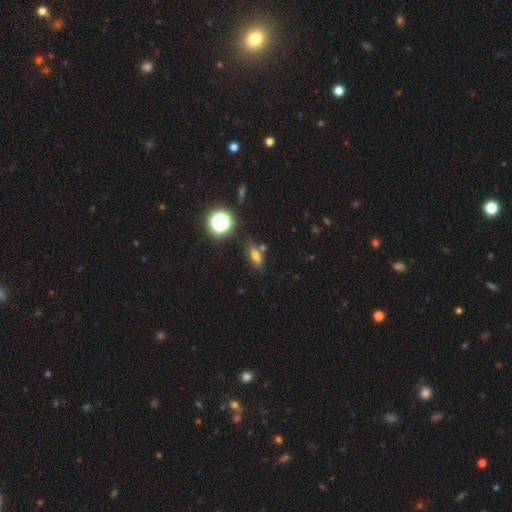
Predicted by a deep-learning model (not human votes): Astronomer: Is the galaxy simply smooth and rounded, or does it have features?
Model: smooth — 62%.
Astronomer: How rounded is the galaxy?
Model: in between — 58%.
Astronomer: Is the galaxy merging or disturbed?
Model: none — 75%.